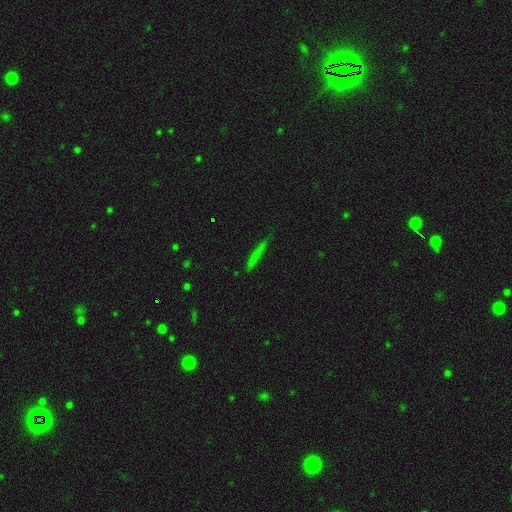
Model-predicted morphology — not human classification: Q: Smooth or featured?
A: smooth (61%); runner-up: featured or disk (24%)
Q: How rounded?
A: cigar-shaped (93%); runner-up: in between (5%)
Q: Merging?
A: none (82%); runner-up: minor disturbance (14%)